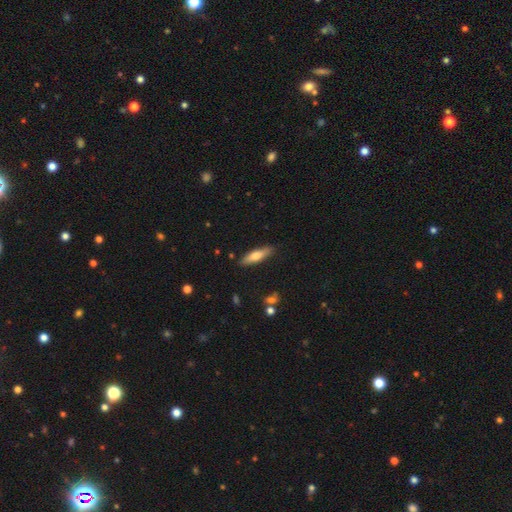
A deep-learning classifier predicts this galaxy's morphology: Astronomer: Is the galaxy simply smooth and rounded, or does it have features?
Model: smooth — 68%.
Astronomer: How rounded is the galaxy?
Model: cigar-shaped — 67%.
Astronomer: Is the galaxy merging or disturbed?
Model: none — 86%.